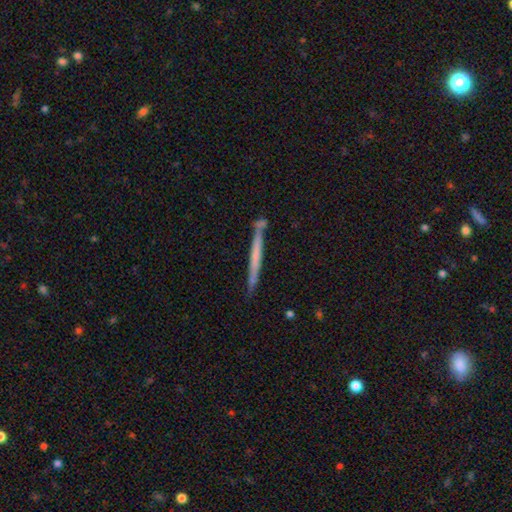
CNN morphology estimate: This appears to be a featured or disk galaxy (47%). Merging: none (77%).